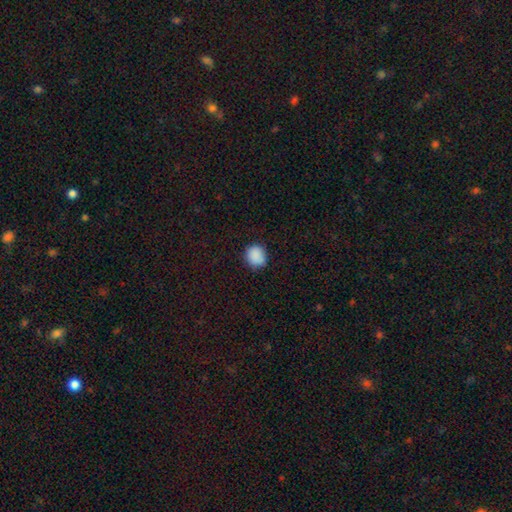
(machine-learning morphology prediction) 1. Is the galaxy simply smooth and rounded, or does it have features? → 88% smooth, 9% star or artifact, 3% featured or disk.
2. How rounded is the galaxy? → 75% round, 24% in between, 1% cigar-shaped.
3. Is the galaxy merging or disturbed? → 79% none, 17% minor disturbance, 3% major disturbance, 1% merger.